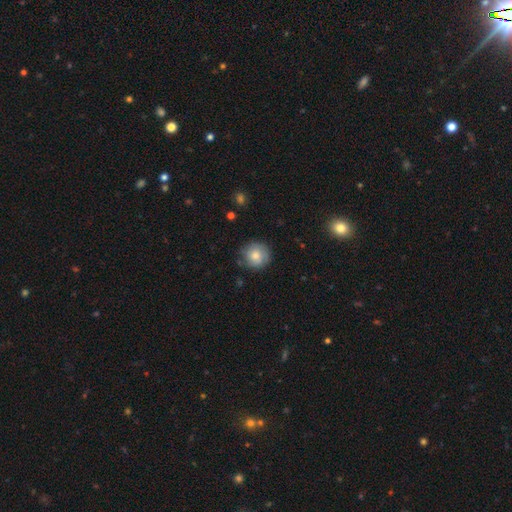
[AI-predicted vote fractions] This is likely a smooth galaxy (76%). How rounded: clearly round (92%). Merging: likely none (79%).